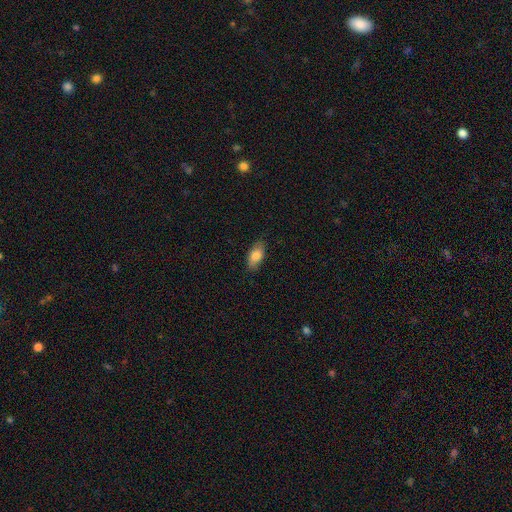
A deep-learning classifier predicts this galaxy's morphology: smooth_or_featured: smooth (p=0.80) [alt: featured or disk p=0.13]
how_rounded: in between (p=0.88) [alt: cigar-shaped p=0.08]
merging: none (p=0.83) [alt: minor disturbance p=0.13]